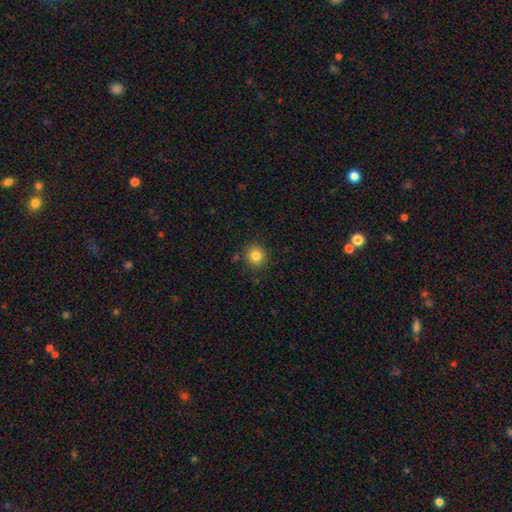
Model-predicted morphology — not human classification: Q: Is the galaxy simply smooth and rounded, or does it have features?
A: smooth — 83%.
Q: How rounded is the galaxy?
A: round — 93%.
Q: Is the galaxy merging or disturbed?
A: none — 87%.